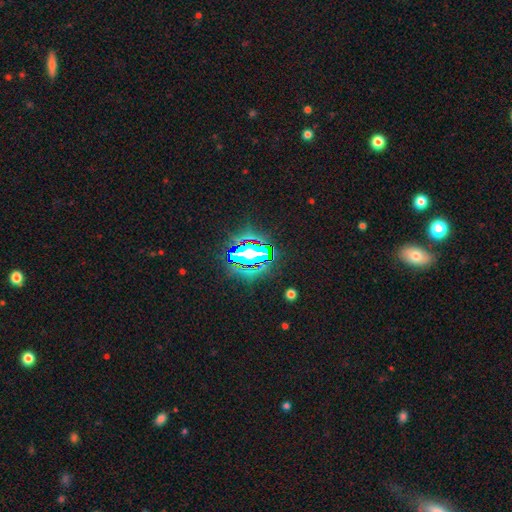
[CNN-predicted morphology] A star or artifact, not a galaxy (79%).

Vote fractions:
- Smooth or featured? star or artifact: 79% / smooth: 13% / featured or disk: 8%